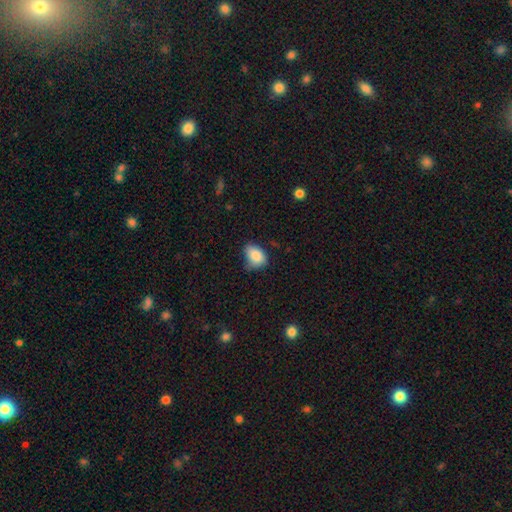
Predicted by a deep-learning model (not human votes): smooth_or_featured: smooth (p=0.86) [alt: star or artifact p=0.08]
how_rounded: in between (p=0.78) [alt: round p=0.21]
merging: none (p=0.52) [alt: minor disturbance p=0.38]